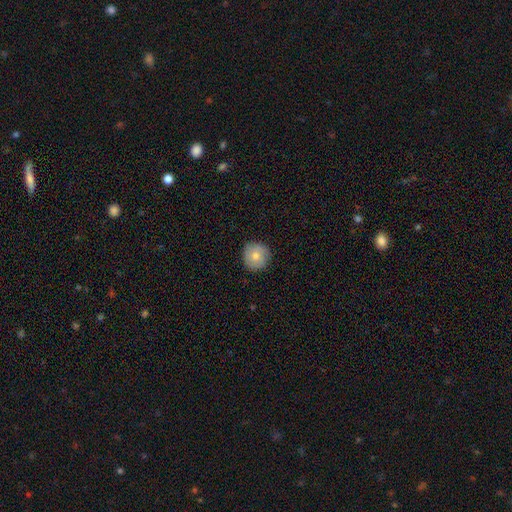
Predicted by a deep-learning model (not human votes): Q: Smooth or featured?
A: smooth (74%); runner-up: featured or disk (18%)
Q: How rounded?
A: round (94%); runner-up: in between (5%)
Q: Merging?
A: none (86%); runner-up: minor disturbance (11%)